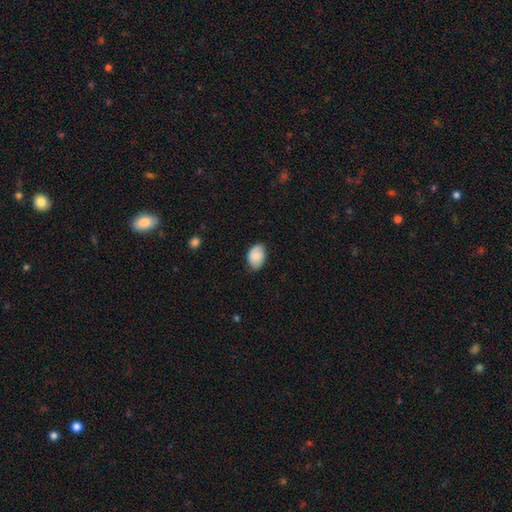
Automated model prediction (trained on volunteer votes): smooth 83%, featured or disk 11%, star or artifact 7%. Down the decision tree: how rounded — in between (85%); merging — none (73%).